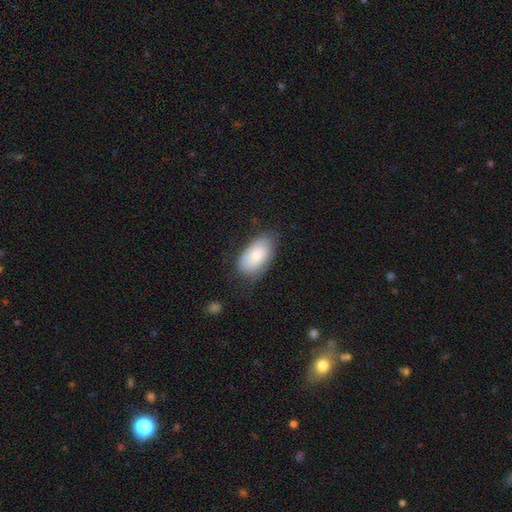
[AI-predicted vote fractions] Smooth or featured? Predicted: smooth (p=0.76). How rounded? Predicted: in between (p=0.94). Merging? Predicted: none (p=0.70).